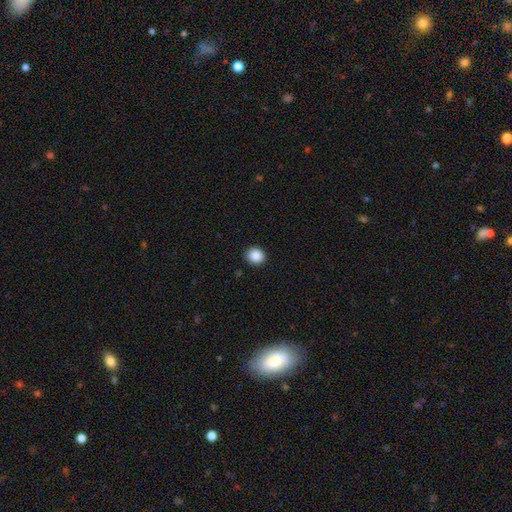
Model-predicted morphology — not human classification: Smooth or featured? Predicted: smooth (p=0.87). How rounded? Predicted: round (p=0.84). Merging? Predicted: none (p=0.91).